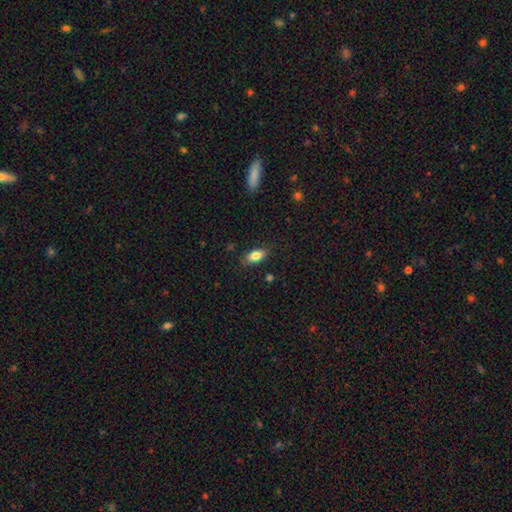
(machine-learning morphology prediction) Smooth or featured? smooth (83%)
How rounded? in between (88%)
Merging? none (83%)